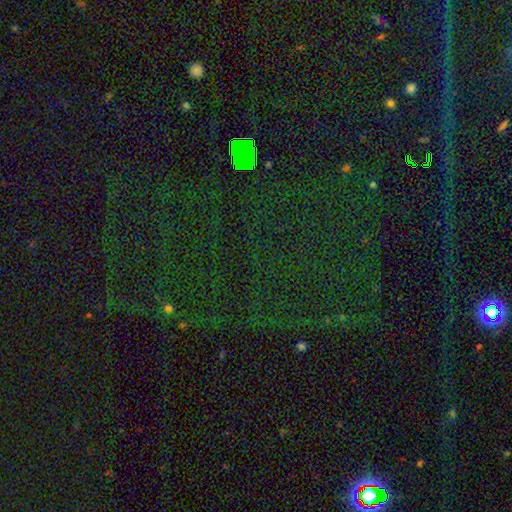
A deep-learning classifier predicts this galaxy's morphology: type=star or artifact (84%).